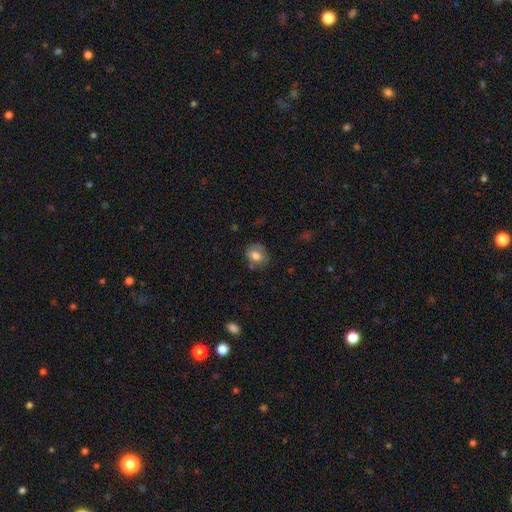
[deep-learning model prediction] Overall: smooth (75%). How rounded: round (53%; in between 46%). Merging: none (69%).